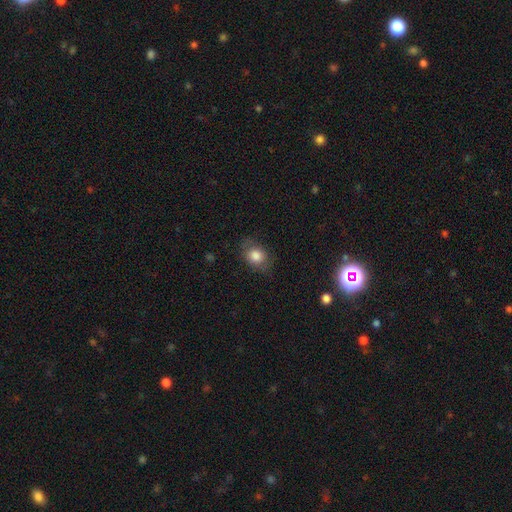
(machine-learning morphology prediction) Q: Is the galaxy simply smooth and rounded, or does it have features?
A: smooth — 80%.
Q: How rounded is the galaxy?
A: in between — 61%.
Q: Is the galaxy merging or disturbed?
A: none — 74%.